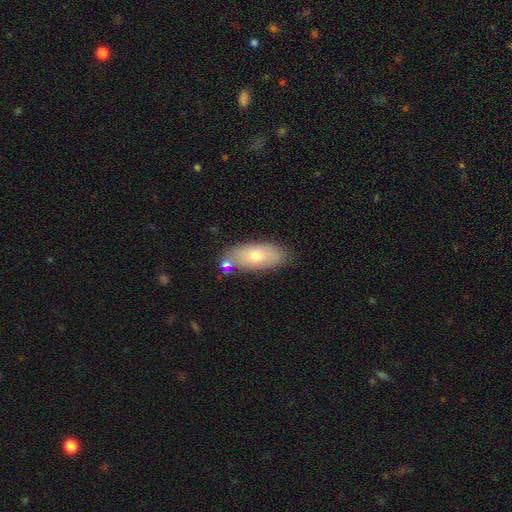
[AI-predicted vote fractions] Smooth or featured? smooth (69%)
How rounded? in between (83%)
Merging? none (73%)